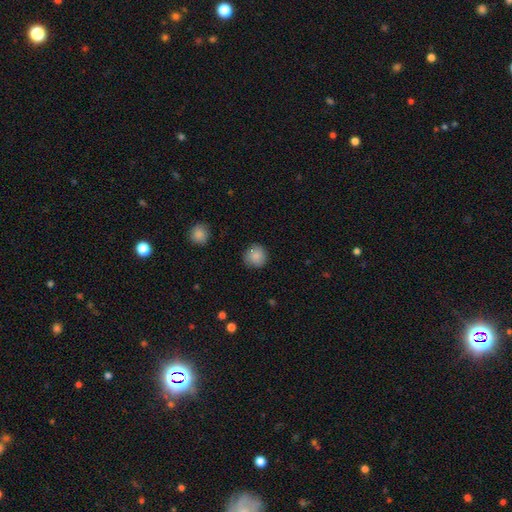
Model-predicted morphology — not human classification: Q: Smooth or featured?
A: smooth (87%); runner-up: star or artifact (8%)
Q: How rounded?
A: round (93%); runner-up: in between (6%)
Q: Merging?
A: none (87%); runner-up: minor disturbance (9%)